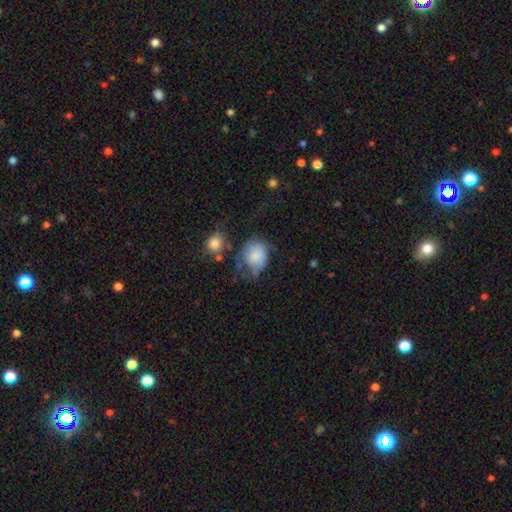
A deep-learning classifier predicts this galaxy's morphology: This is likely a smooth galaxy (68%). How rounded: possibly round (57%). Merging: marginally none (33%).